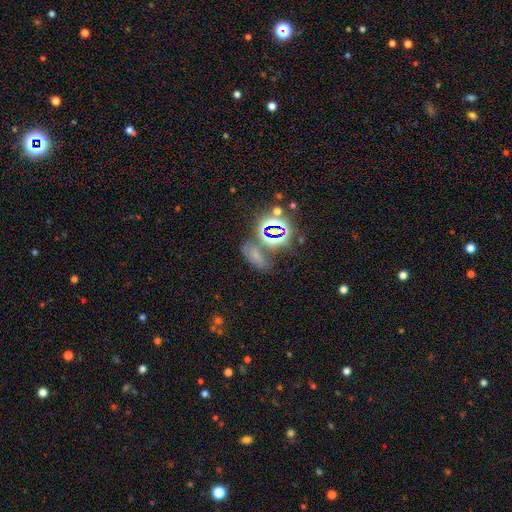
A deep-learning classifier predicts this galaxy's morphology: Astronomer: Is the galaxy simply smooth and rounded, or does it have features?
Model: star or artifact — 43% (runner-up: smooth, 40%).